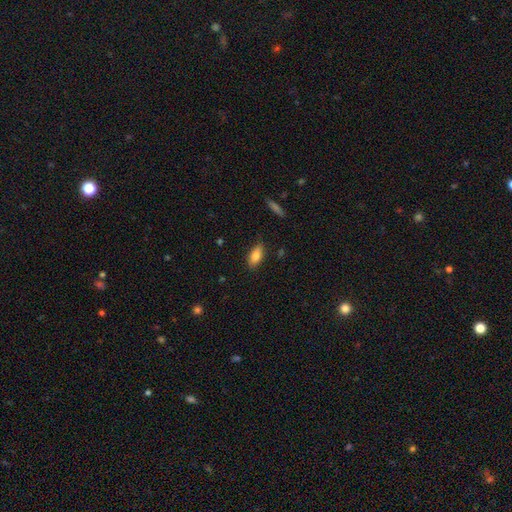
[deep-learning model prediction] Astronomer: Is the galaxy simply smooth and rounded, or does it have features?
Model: smooth — 82%.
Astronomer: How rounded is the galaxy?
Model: in between — 86%.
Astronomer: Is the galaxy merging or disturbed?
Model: none — 85%.